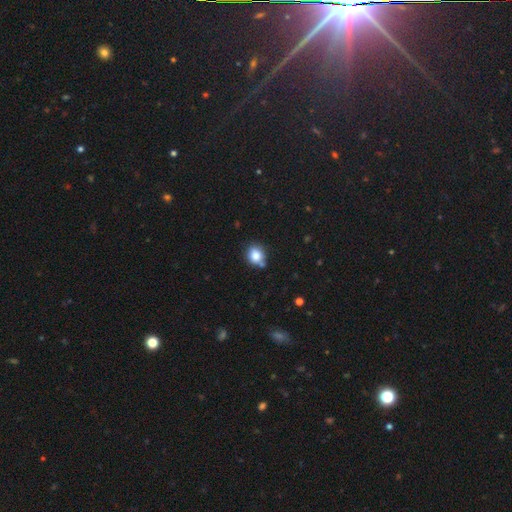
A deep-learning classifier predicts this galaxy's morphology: This is clearly a smooth galaxy (82%). How rounded: likely round (71%). Merging: likely none (68%).